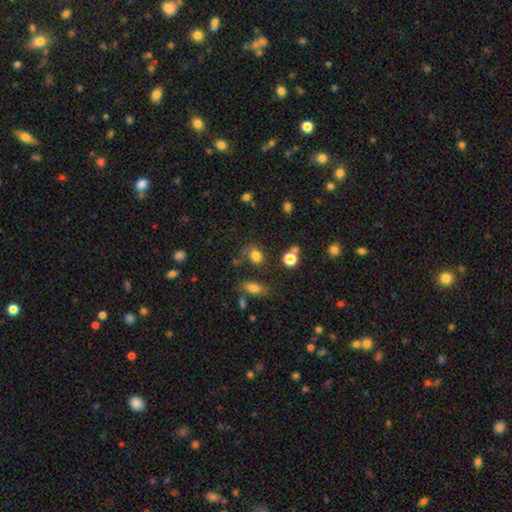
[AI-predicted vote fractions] smooth-or-featured: smooth: 76% | star or artifact: 14% | featured or disk: 10%
  how-rounded: round: 62% | in between: 37% | cigar-shaped: 2%
  merging: none: 58% | minor disturbance: 20% | major disturbance: 13% | merger: 10%